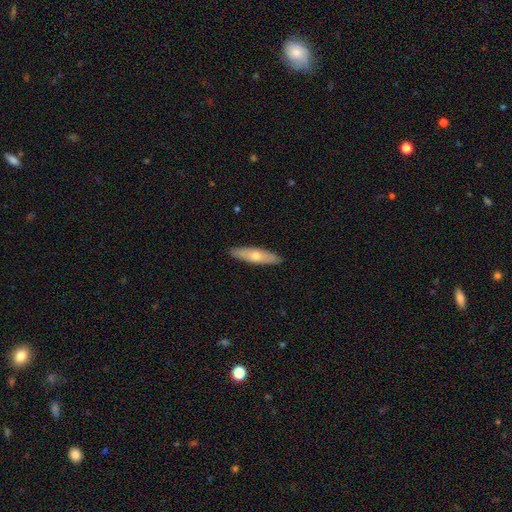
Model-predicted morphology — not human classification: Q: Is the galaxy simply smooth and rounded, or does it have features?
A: smooth — 56%.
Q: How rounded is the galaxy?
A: cigar-shaped — 71%.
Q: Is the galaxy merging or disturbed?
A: none — 91%.